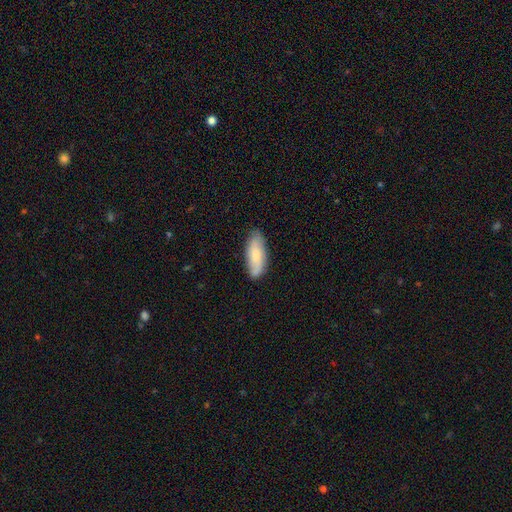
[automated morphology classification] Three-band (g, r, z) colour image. It shows a smooth galaxy with no disk features (67%) that is in between round and cigar-shaped (76%). Merging: none (79%).